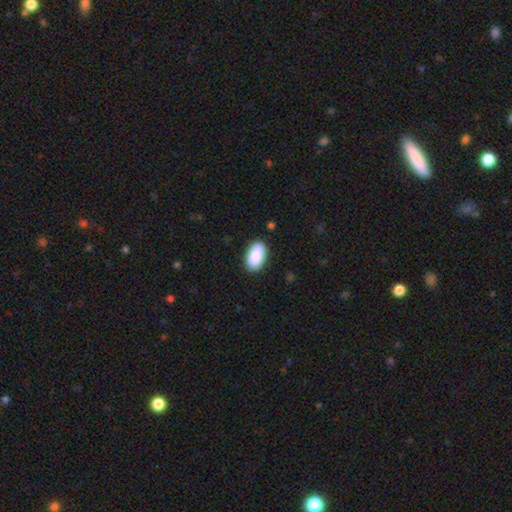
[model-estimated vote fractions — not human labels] The model was most divided on "merging": none: 88%, minor disturbance: 9%, major disturbance: 2%, merger: 1%. More confident: how rounded — in between (95%); smooth or featured — smooth (90%).